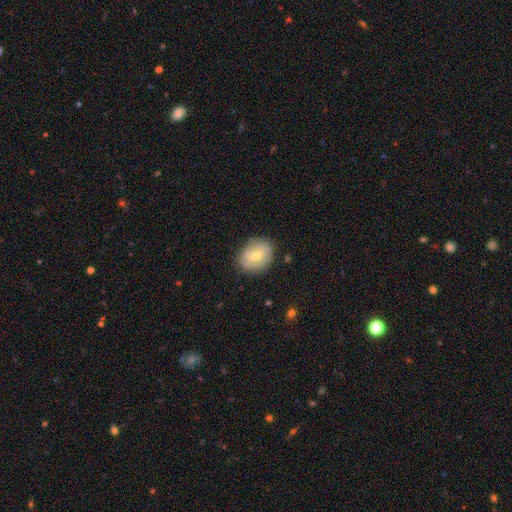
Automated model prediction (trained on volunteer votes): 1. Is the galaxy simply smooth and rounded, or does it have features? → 62% featured or disk, 31% smooth, 7% star or artifact.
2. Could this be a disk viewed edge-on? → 97% no, 3% yes.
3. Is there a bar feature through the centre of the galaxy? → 51% weak, 36% no, 12% strong.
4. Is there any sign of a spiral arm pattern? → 82% yes, 18% no.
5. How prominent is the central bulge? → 52% moderate, 44% small, 2% large, 1% none, 1% dominant.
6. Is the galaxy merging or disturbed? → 81% none, 14% minor disturbance, 4% major disturbance, 1% merger.